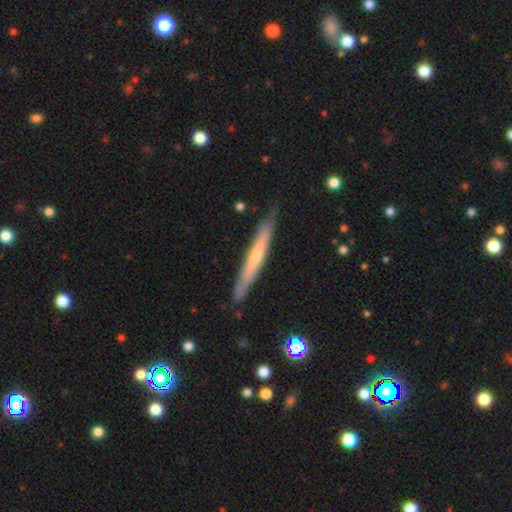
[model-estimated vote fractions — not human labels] Overall: featured or disk (52%; smooth 42%). Edge-on disk: yes (92%). Merging: none (84%).